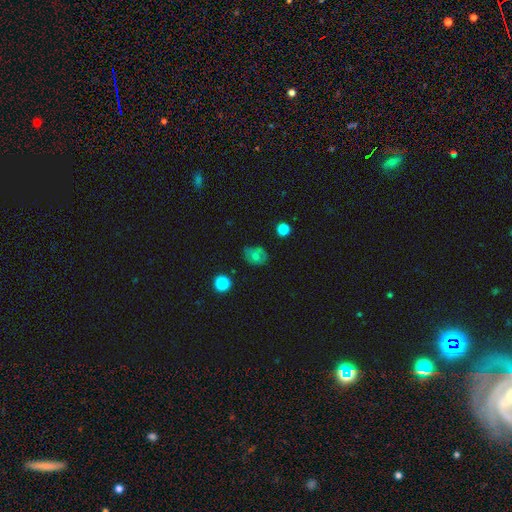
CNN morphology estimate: smooth-or-featured: smooth: 63% | featured or disk: 25% | star or artifact: 12%
  how-rounded: in between: 54% | round: 45% | cigar-shaped: 1%
  merging: none: 65% | minor disturbance: 24% | major disturbance: 8% | merger: 3%